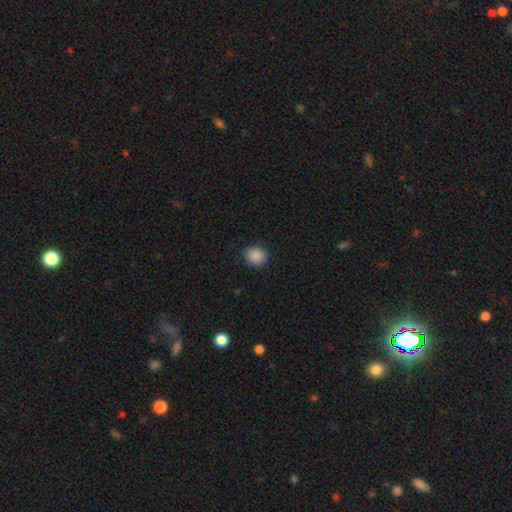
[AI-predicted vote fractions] A smooth galaxy with no disk features (89%) that is round (85%). Merging: none (89%).